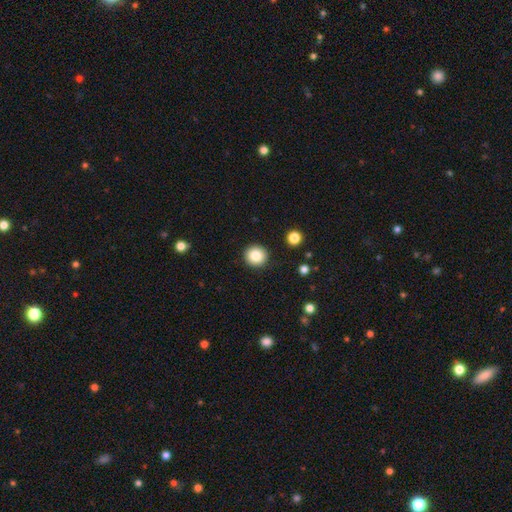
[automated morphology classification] Smooth or featured? smooth (85%)
How rounded? round (93%)
Merging? none (92%)